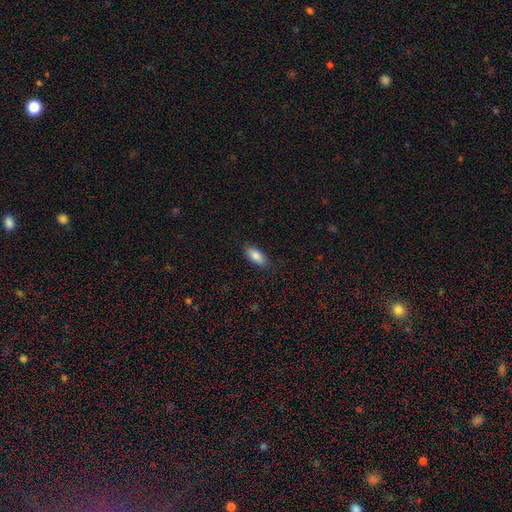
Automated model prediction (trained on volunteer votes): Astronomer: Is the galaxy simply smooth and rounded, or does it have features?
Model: smooth — 86%.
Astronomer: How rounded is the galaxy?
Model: in between — 86%.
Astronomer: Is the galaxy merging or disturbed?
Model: none — 87%.